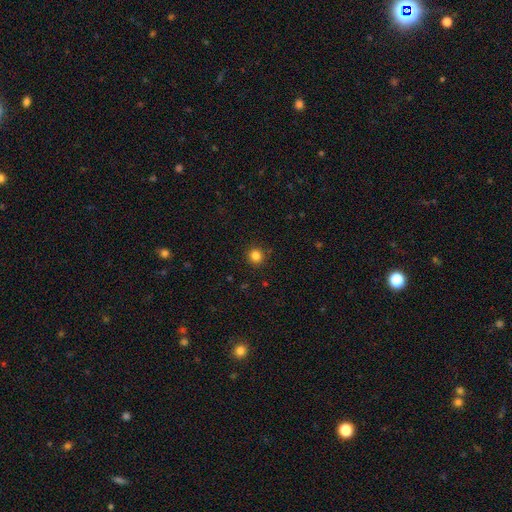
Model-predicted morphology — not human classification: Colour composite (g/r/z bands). It shows a smooth galaxy with no disk features (84%) that is round (93%). Merging: none (91%).